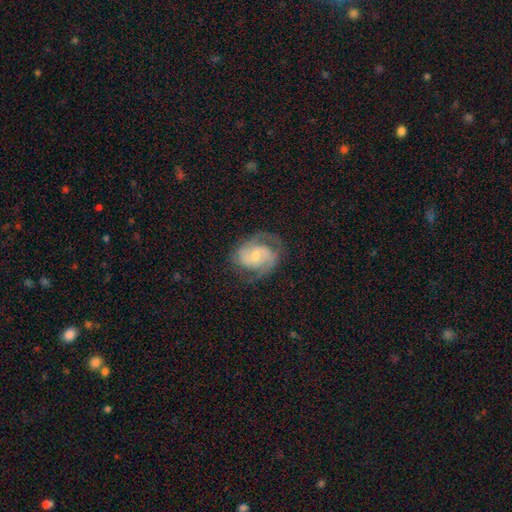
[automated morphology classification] This is clearly a featured or disk galaxy (81%). It is clearly not viewed edge-on (97%). Bar: possibly no (51%). Spiral arm pattern: clearly yes (94%). Spiral arm count: likely 2 (78%). Spiral winding: possibly medium (46%). Central bulge: possibly moderate (48%). Merging: likely none (68%).